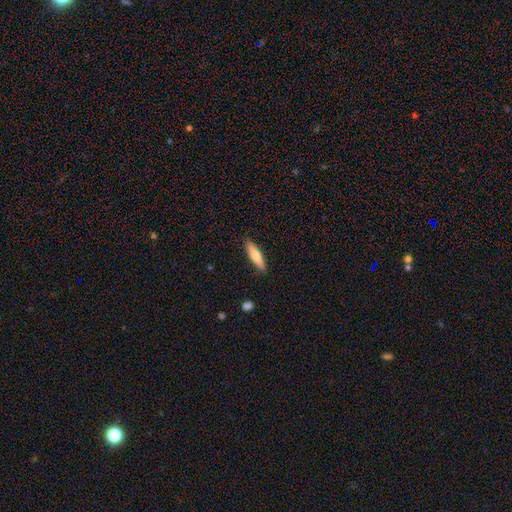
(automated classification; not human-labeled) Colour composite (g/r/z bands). It shows a smooth galaxy with no disk features (73%) that is cigar-shaped (74%). Merging: none (86%).